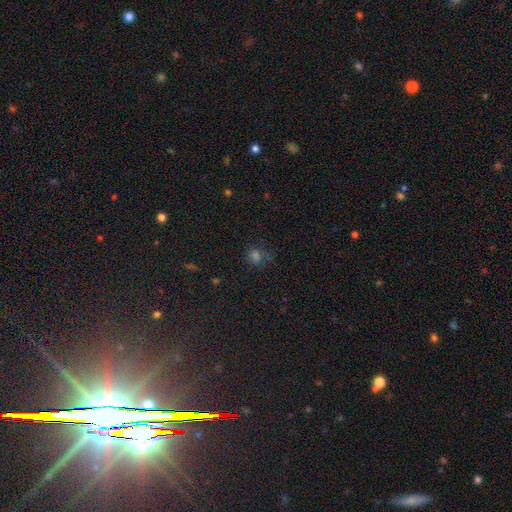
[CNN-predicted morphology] type=smooth (64%); roundness=round (80%); merging=none (64%).